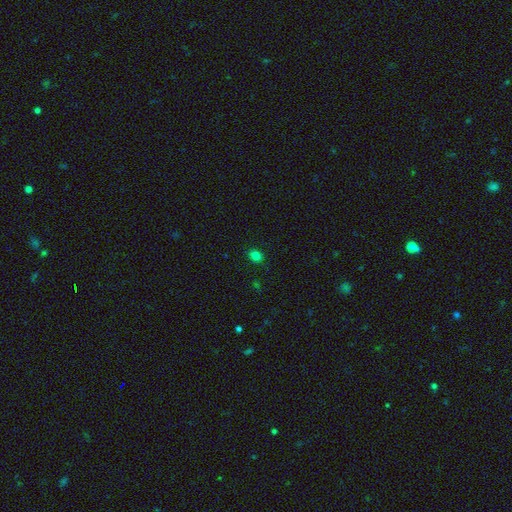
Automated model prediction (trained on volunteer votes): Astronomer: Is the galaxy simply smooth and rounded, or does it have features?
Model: smooth — 81%.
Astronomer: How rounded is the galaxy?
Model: in between — 51% (runner-up: round, 48%).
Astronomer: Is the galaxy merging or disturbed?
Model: none — 88%.